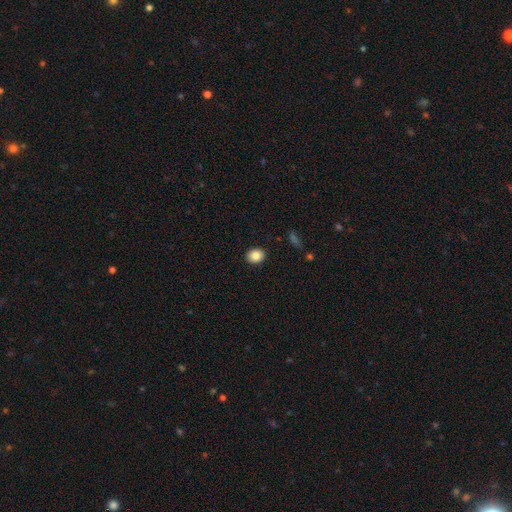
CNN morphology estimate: smooth_or_featured: smooth (p=0.84) [alt: star or artifact p=0.09]
how_rounded: round (p=0.53) [alt: in between p=0.46]
merging: none (p=0.90) [alt: minor disturbance p=0.07]